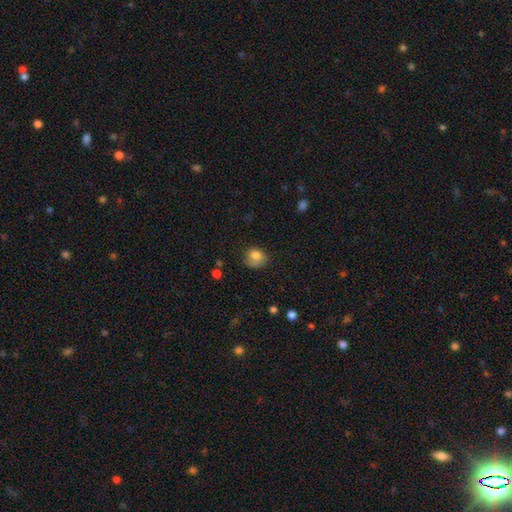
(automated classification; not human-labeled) smooth 80%, featured or disk 10%, star or artifact 10%. Down the decision tree: how rounded — round (58%); merging — none (51%).